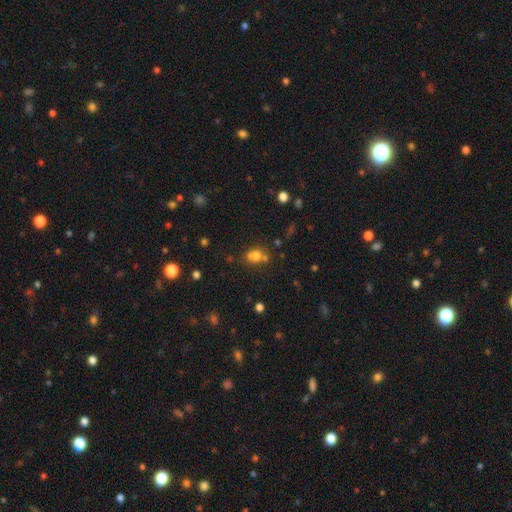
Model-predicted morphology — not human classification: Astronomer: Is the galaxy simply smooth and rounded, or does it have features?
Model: smooth — 67%.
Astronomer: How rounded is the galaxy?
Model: round — 59% (runner-up: in between, 40%).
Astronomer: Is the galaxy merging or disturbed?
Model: none — 43% (runner-up: merger, 40%).